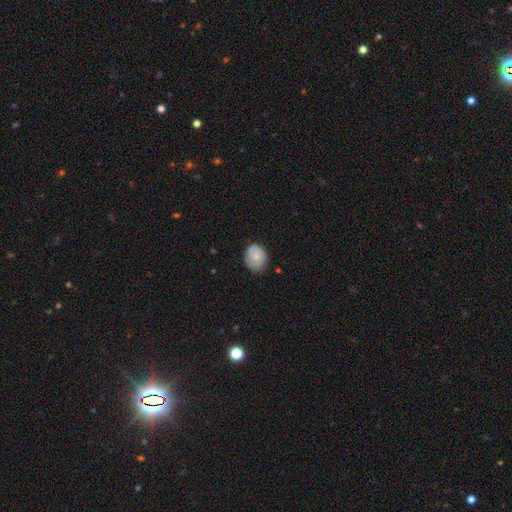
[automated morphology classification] Smooth or featured: smooth — 77% (featured or disk — 16%)
How rounded: round — 60% (in between — 39%)
Merging: none — 71% (minor disturbance — 24%)